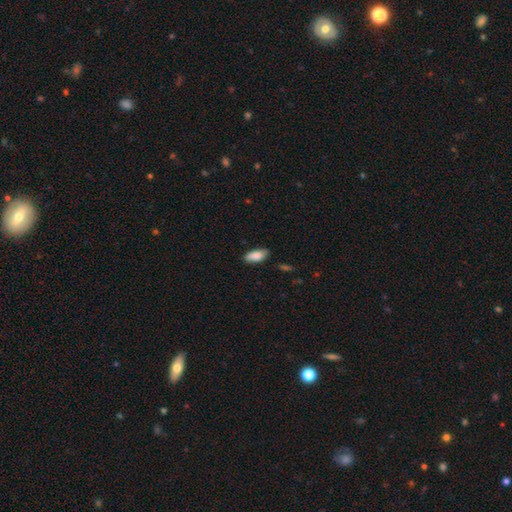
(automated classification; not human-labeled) Morphology: type=smooth (86%); roundness=in between (87%); merging=none (81%).